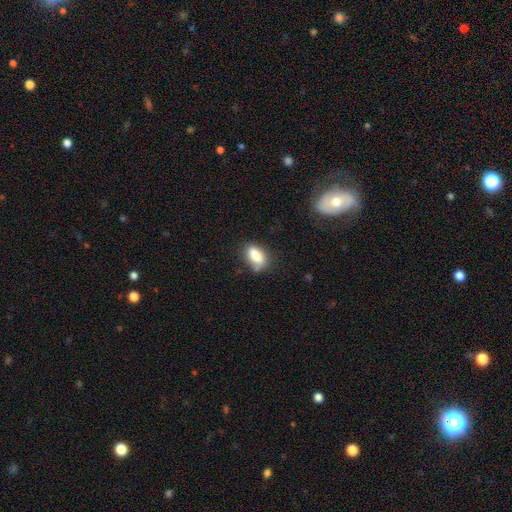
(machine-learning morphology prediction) Smooth or featured? Predicted: smooth (p=0.82). How rounded? Predicted: in between (p=0.87). Merging? Predicted: none (p=0.64).